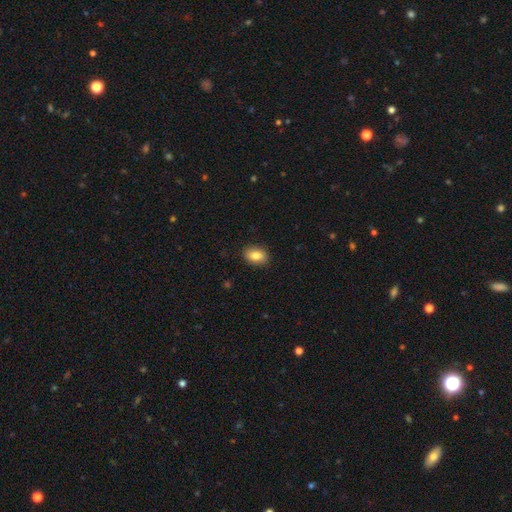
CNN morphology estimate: Smooth or featured: smooth — 84% (featured or disk — 8%)
How rounded: in between — 83% (round — 15%)
Merging: none — 88% (minor disturbance — 9%)